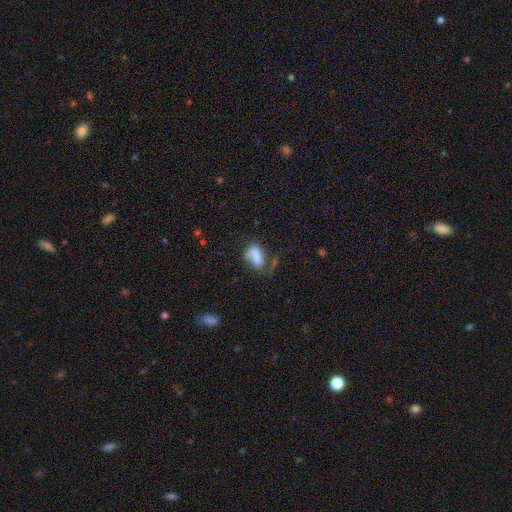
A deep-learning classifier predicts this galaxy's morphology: This is likely a smooth galaxy (77%). How rounded: clearly in between (82%). Merging: marginally none (45%).